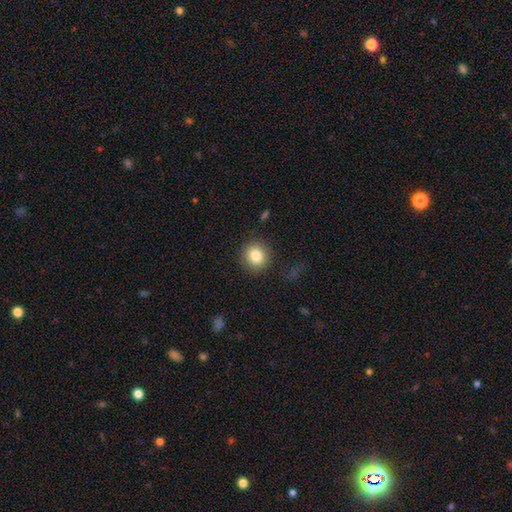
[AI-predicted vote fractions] smooth-or-featured: smooth: 83% | star or artifact: 10% | featured or disk: 7%
  how-rounded: round: 86% | in between: 13% | cigar-shaped: 1%
  merging: none: 87% | minor disturbance: 8% | major disturbance: 4% | merger: 1%